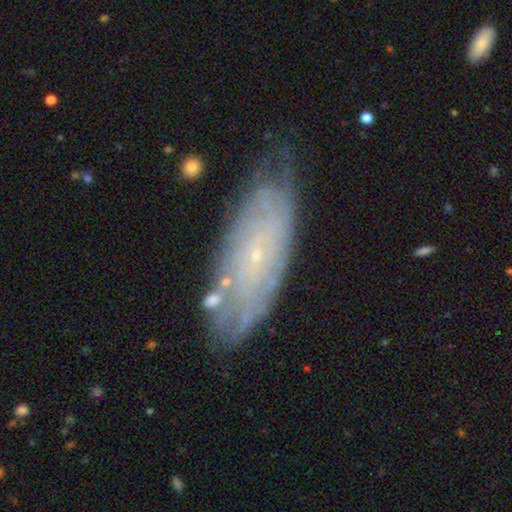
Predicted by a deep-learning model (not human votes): A featured or disk galaxy (68%) with no bar (80%), spiral arms (76%) and a small central bulge (89%). Merging: none (70%).